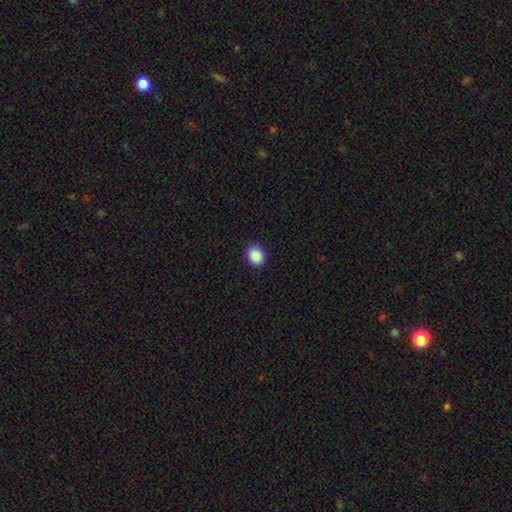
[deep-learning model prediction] This appears to be a smooth galaxy with no disk features (90%) that is round (60%). Merging: none (90%).